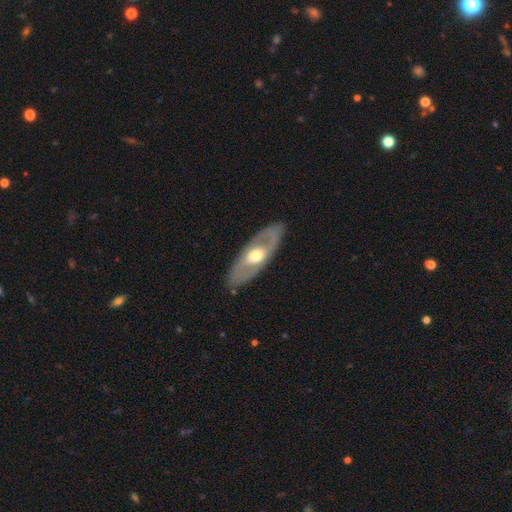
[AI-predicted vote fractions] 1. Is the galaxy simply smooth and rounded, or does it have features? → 64% featured or disk, 32% smooth, 4% star or artifact.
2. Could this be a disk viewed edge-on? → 79% no, 21% yes.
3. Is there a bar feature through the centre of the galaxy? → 69% no, 23% weak, 8% strong.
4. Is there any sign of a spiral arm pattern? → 66% no, 34% yes.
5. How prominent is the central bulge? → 69% moderate, 18% large, 10% small, 1% dominant, 1% none.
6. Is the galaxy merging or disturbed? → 85% none, 10% minor disturbance, 3% major disturbance, 1% merger.